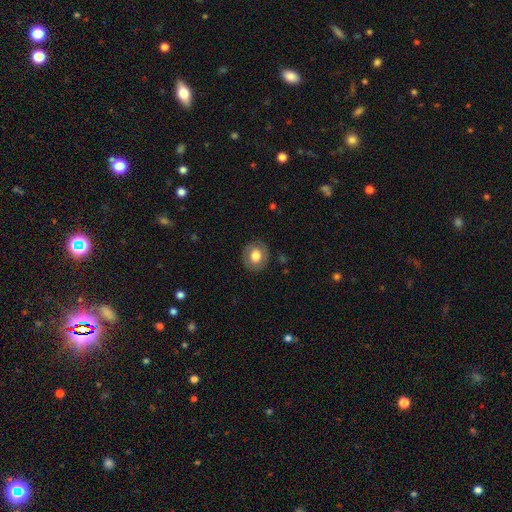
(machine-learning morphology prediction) smooth-or-featured: smooth: 69% | featured or disk: 23% | star or artifact: 8%
  how-rounded: round: 73% | in between: 26% | cigar-shaped: 1%
  merging: none: 85% | minor disturbance: 11% | major disturbance: 4% | merger: 1%